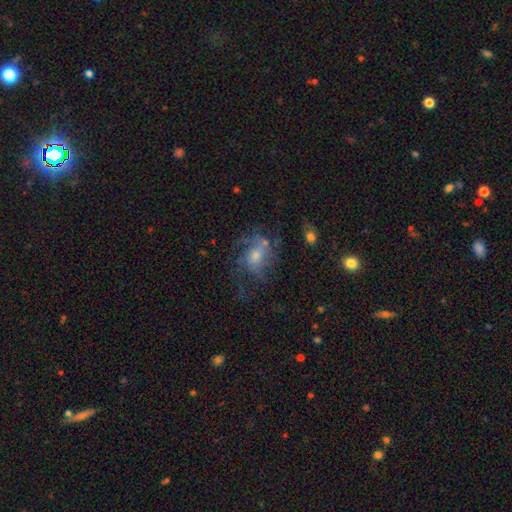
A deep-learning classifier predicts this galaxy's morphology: Overall: featured or disk (66%). Edge-on disk: no (97%). Bar: no (69%). Spiral arms: yes (82%). Spiral arm count: can't tell (37%; 3 23%). Spiral winding: medium (46%; tight 27%). Bulge size: moderate (45%; small 43%). Merging: none (51%; major disturbance 26%).